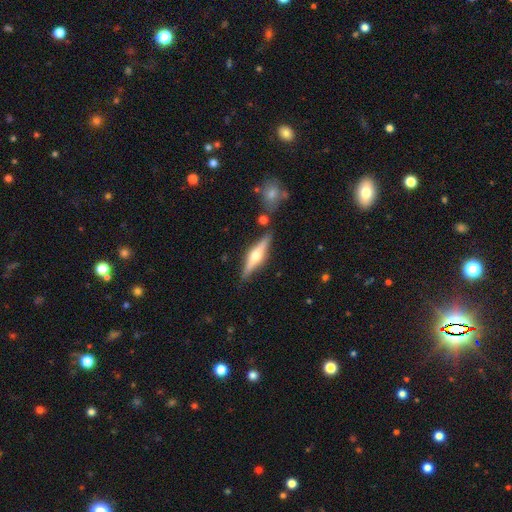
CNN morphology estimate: Smooth or featured: featured or disk — 69% (smooth — 25%)
Edge-on disk: yes — 96% (no — 4%)
Edge-on bulge: rounded — 92% (boxy — 5%)
Merging: none — 83% (minor disturbance — 10%)